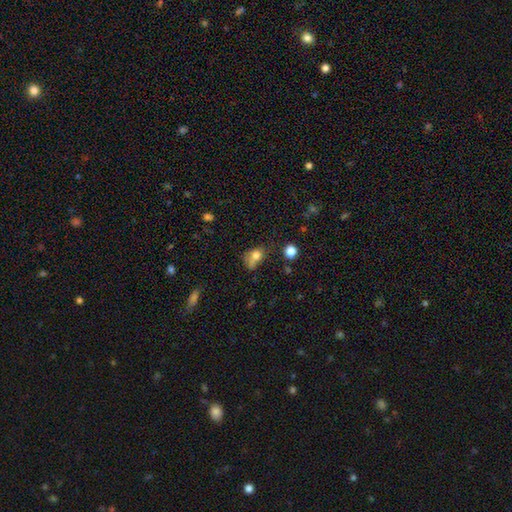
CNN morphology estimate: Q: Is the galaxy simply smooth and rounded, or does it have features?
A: smooth — 74%.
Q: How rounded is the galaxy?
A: in between — 63%.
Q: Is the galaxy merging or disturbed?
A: none — 34%.